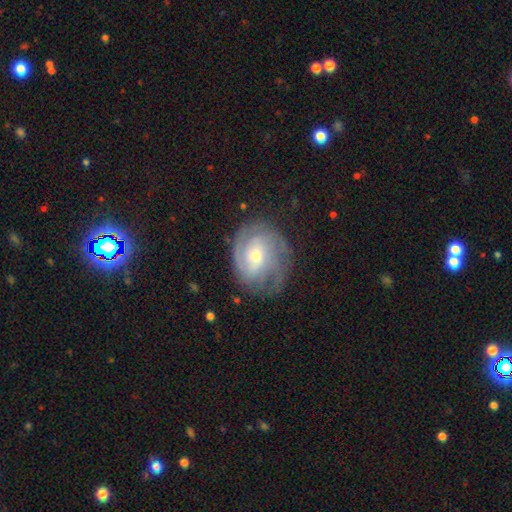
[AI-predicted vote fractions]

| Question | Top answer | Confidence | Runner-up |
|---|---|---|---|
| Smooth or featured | featured or disk | 80% | smooth (14%) |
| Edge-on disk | no | 97% | yes (3%) |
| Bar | no | 60% | weak (32%) |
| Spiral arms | yes | 93% | no (7%) |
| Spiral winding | tight | 60% | medium (32%) |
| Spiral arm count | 2 | 36% | can't tell (29%) |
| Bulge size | small | 54% | moderate (41%) |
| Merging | none | 70% | minor disturbance (19%) |